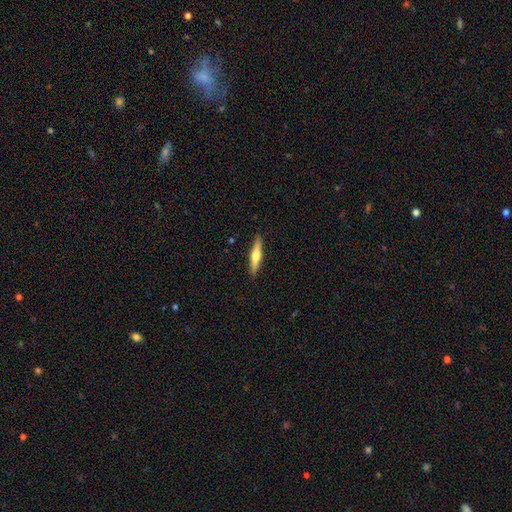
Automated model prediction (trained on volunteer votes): The model was most divided on "smooth or featured": featured or disk: 52%, smooth: 42%, star or artifact: 6%. More confident: edge-on disk — yes (96%); merging — none (90%).